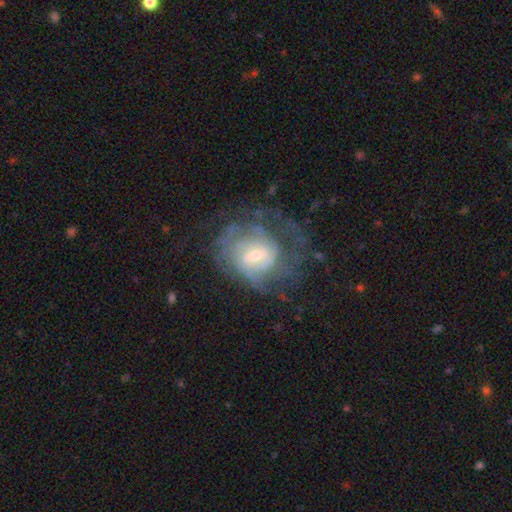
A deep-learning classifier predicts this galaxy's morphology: Smooth or featured: featured or disk — 82% (smooth — 12%)
Edge-on disk: no — 97% (yes — 3%)
Bar: weak — 57% (no — 30%)
Spiral arms: yes — 90% (no — 10%)
Spiral winding: tight — 56% (medium — 32%)
Spiral arm count: can't tell — 47% (2 — 23%)
Bulge size: small — 52% (moderate — 41%)
Merging: none — 56% (major disturbance — 22%)